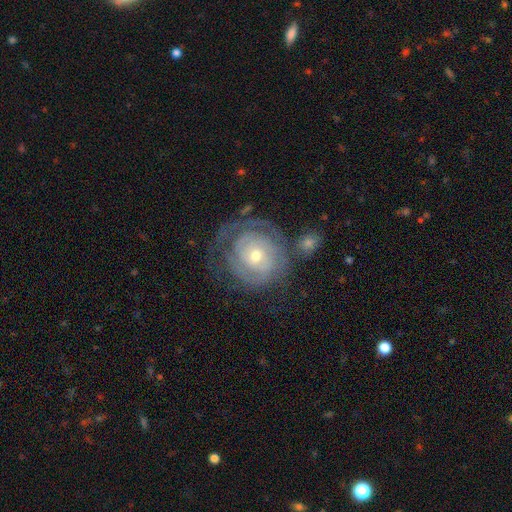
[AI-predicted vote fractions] This appears to be a featured or disk galaxy (75%) with no bar (78%), tight (77%) spiral arms (82%) and a moderate central bulge (48%, tied with small). Merging: none (57%).